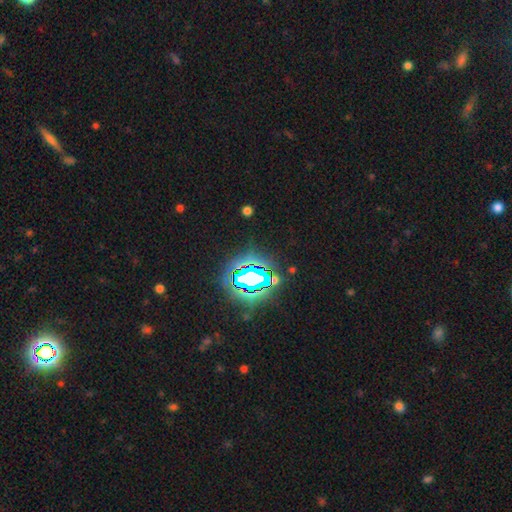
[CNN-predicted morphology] Smooth or featured: star or artifact — 82% (smooth — 11%)